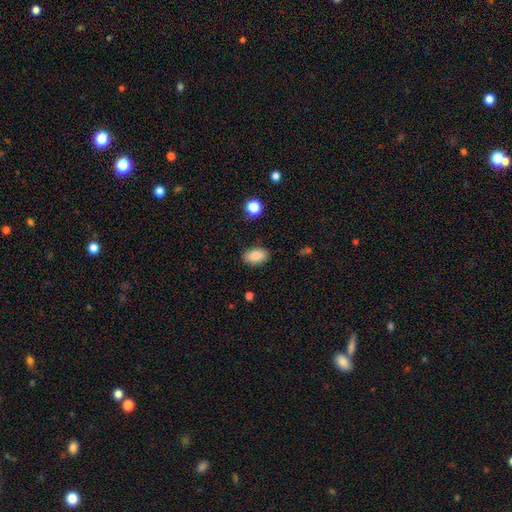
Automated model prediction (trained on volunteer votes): The model was most divided on "merging": none: 85%, minor disturbance: 11%, major disturbance: 3%, merger: 1%. More confident: how rounded — in between (91%); smooth or featured — smooth (86%).